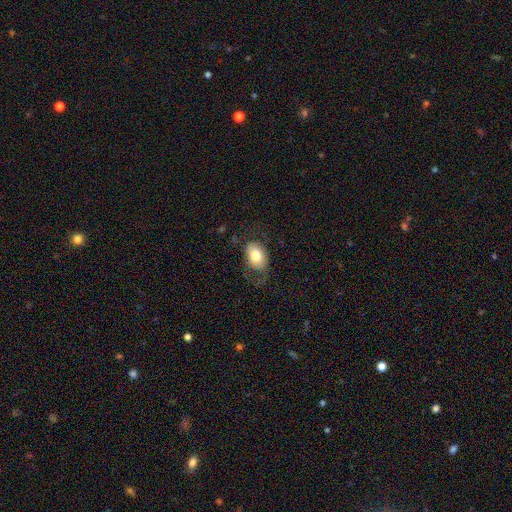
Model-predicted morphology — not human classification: Smooth or featured? Predicted: smooth (p=0.70). How rounded? Predicted: in between (p=0.86). Merging? Predicted: none (p=0.49).